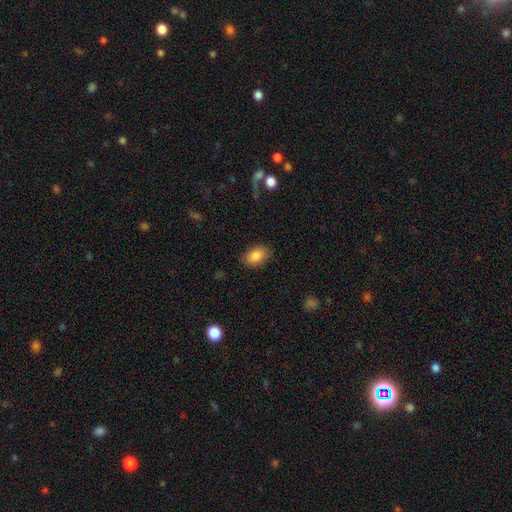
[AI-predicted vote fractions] Q: Smooth or featured?
A: smooth (87%); runner-up: star or artifact (8%)
Q: How rounded?
A: in between (88%); runner-up: round (11%)
Q: Merging?
A: none (86%); runner-up: minor disturbance (10%)